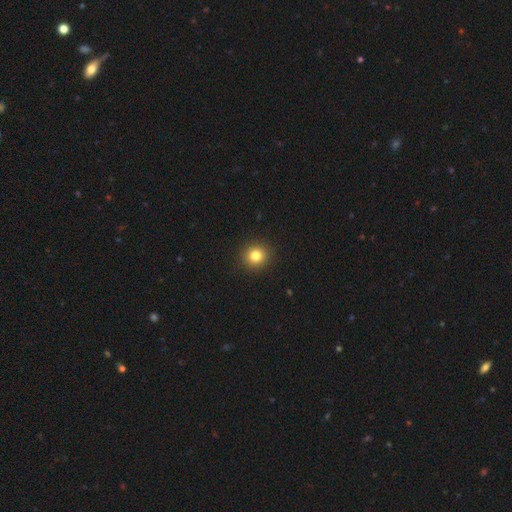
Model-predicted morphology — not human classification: This appears to be a smooth galaxy with no disk features (82%) that is round (89%). Merging: none (93%).